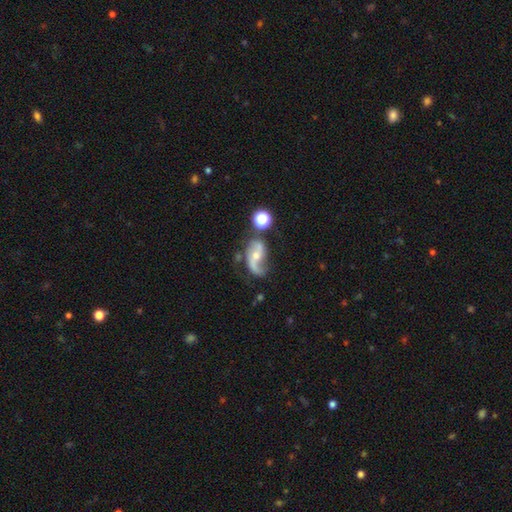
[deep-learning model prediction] smooth_or_featured: featured or disk (p=0.78) [alt: smooth p=0.14]
disk_edge_on: no (p=0.96) [alt: yes p=0.04]
bar: no (p=0.53) [alt: weak p=0.33]
has_spiral_arms: yes (p=0.92) [alt: no p=0.08]
spiral_winding: loose (p=0.67) [alt: medium p=0.26]
spiral_arm_count: 2 (p=0.76) [alt: 1 p=0.17]
bulge_size: moderate (p=0.47) [tied with: small p=0.47]
merging: none (p=0.48) [alt: minor disturbance p=0.23]